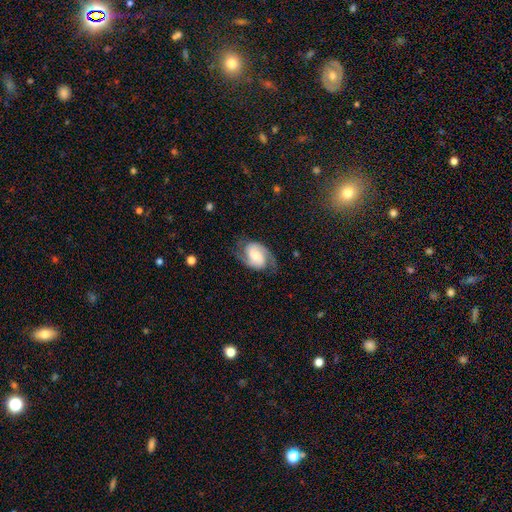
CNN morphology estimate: This appears to be a featured or disk galaxy (77%) with no bar (44%), 2 (89%) medium (49%) spiral arms (95%) and a moderate central bulge (39%). Merging: none (69%).